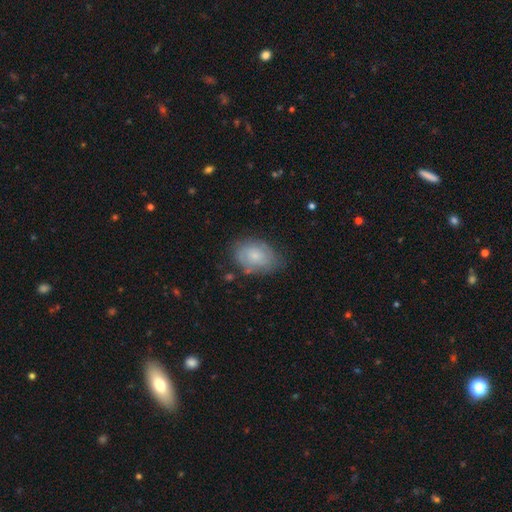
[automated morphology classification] This appears to be a smooth galaxy with no disk features (53%) that is in between round and cigar-shaped (77%). Merging: none (66%).